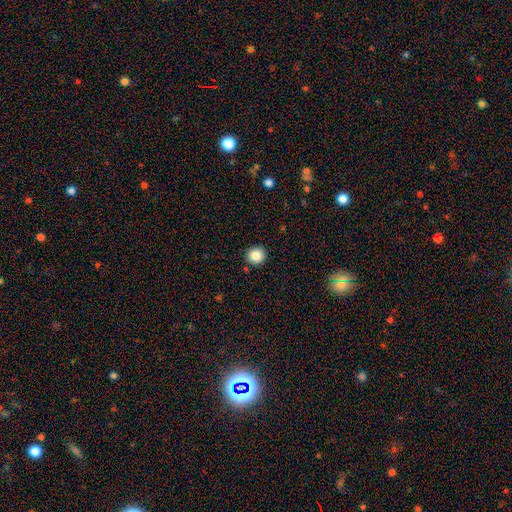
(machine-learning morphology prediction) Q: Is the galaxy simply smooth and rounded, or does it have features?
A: smooth — 86%.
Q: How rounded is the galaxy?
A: round — 91%.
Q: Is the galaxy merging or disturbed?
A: none — 90%.